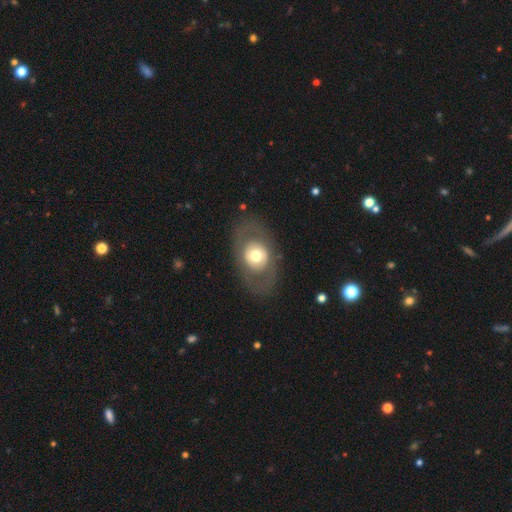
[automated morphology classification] Smooth or featured? Predicted: smooth (p=0.49). Merging? Predicted: none (p=0.80).